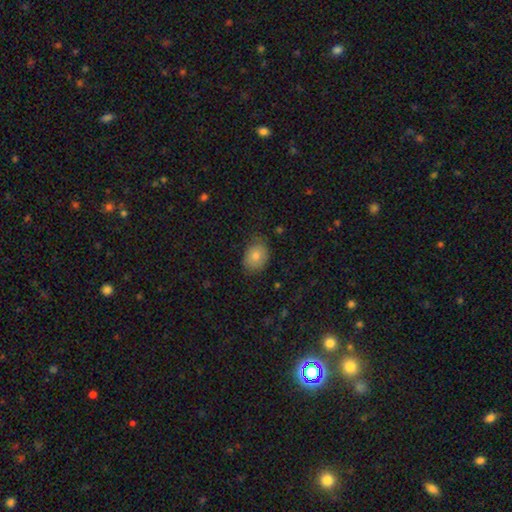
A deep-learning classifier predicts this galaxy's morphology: This is likely a smooth galaxy (77%). How rounded: possibly in between (57%). Merging: likely none (73%).